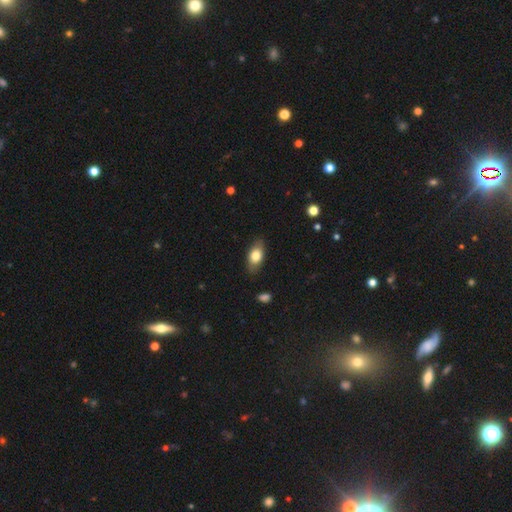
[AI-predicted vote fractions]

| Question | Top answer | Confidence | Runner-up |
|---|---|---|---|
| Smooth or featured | smooth | 77% | featured or disk (16%) |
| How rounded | in between | 88% | round (7%) |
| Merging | none | 84% | minor disturbance (12%) |